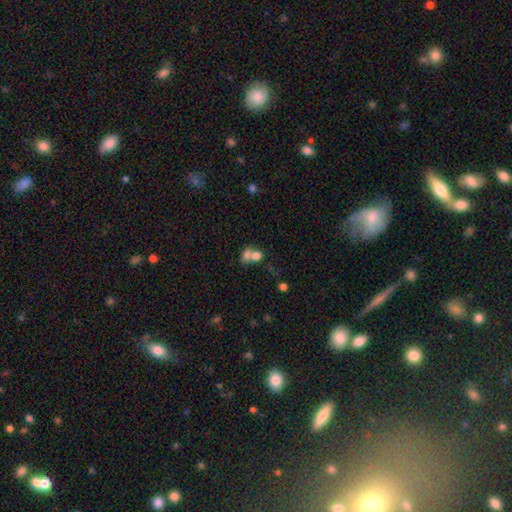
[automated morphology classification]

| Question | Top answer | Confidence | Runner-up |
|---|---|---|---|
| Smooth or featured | smooth | 74% | featured or disk (15%) |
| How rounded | in between | 51% | round (47%) |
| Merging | merger | 64% | none (24%) |